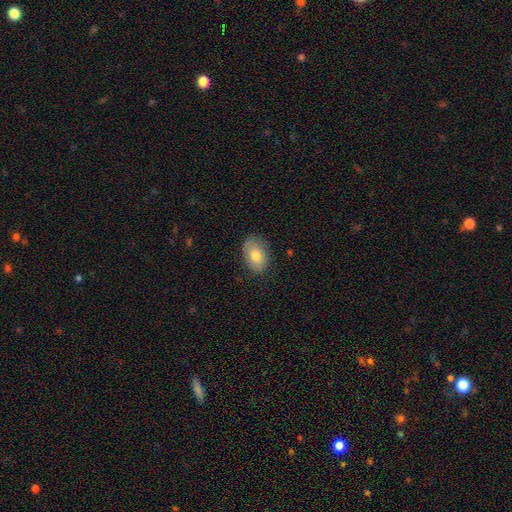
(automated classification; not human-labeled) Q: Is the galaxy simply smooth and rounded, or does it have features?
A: smooth — 76%.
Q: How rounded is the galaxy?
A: in between — 81%.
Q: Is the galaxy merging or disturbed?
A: none — 79%.